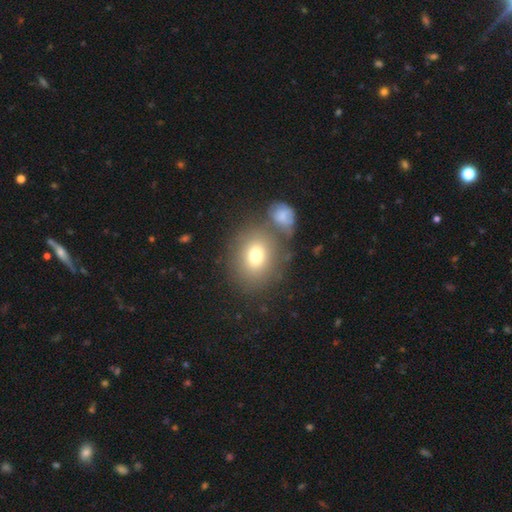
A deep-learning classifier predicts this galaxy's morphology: Smooth or featured: smooth — 74% (featured or disk — 15%)
How rounded: round — 62% (in between — 37%)
Merging: none — 66% (merger — 18%)